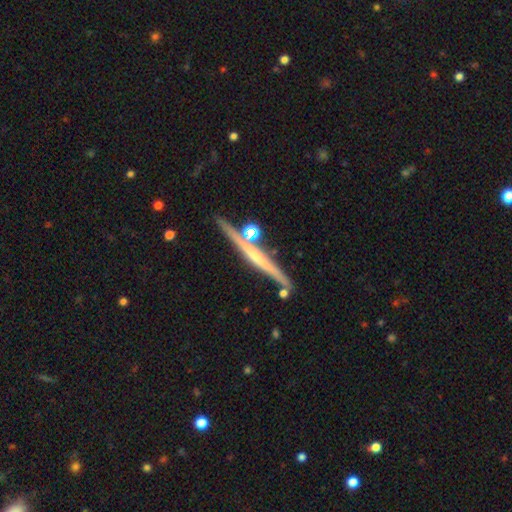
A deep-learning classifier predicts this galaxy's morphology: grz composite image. It shows a featured or disk galaxy (67%) viewed edge-on (97%) with no central bulge (55%). Merging: none (79%).